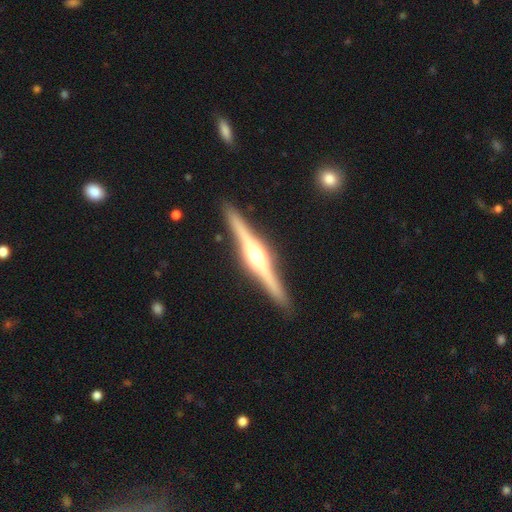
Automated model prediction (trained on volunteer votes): Smooth or featured? featured or disk (86%)
Edge-on disk? yes (98%)
Edge-on bulge? rounded (91%)
Merging? none (92%)